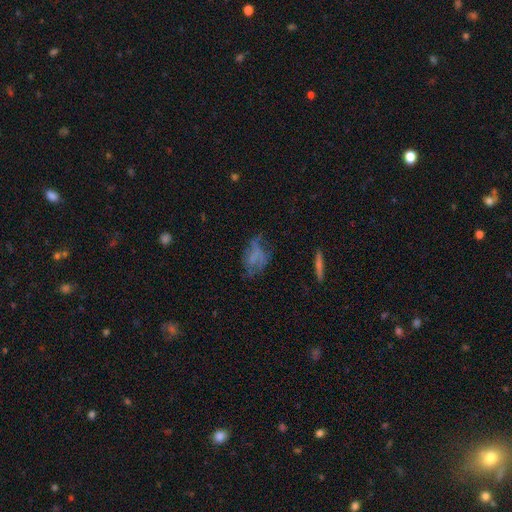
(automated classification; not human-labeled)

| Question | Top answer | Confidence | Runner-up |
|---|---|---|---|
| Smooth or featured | featured or disk | 45% | smooth (39%) |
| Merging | none | 39% | major disturbance (33%) |